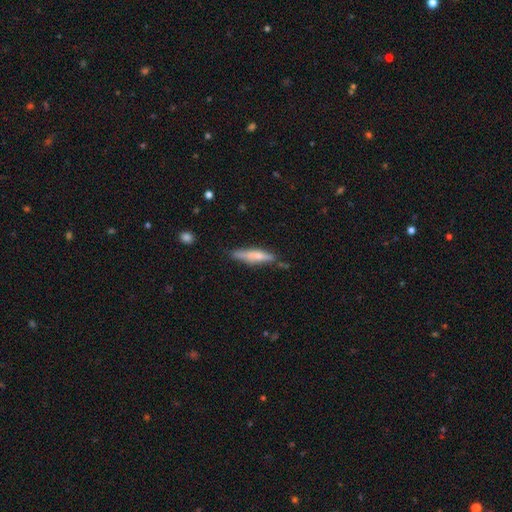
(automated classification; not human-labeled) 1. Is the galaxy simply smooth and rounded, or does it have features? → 57% smooth, 37% featured or disk, 6% star or artifact.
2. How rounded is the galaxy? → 81% cigar-shaped, 18% in between, 2% round.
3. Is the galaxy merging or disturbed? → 70% none, 22% minor disturbance, 5% major disturbance, 4% merger.